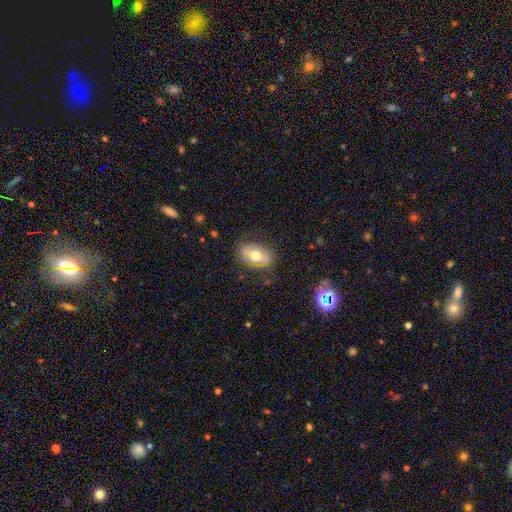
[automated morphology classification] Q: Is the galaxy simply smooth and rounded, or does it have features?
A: smooth — 64%.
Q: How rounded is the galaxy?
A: in between — 89%.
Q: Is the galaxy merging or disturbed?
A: none — 78%.